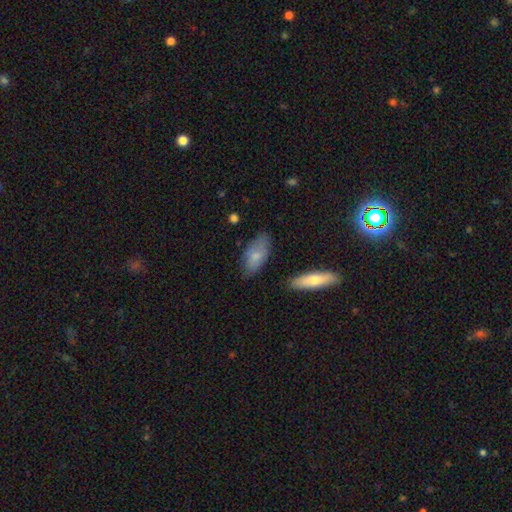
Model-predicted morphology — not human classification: Smooth or featured? Predicted: smooth (p=0.74). How rounded? Predicted: in between (p=0.88). Merging? Predicted: none (p=0.72).